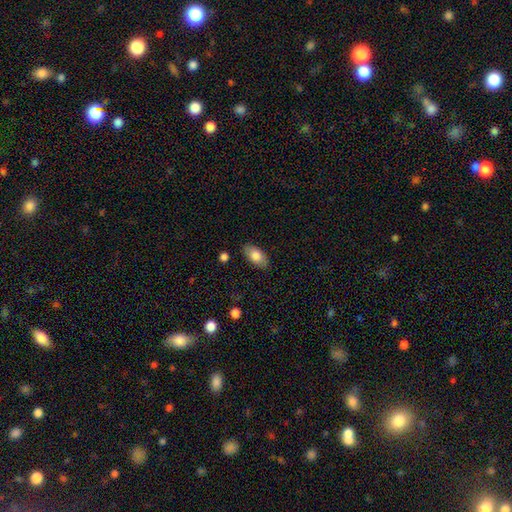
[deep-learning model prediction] Morphology: type=smooth (79%); roundness=in between (93%); merging=none (85%).